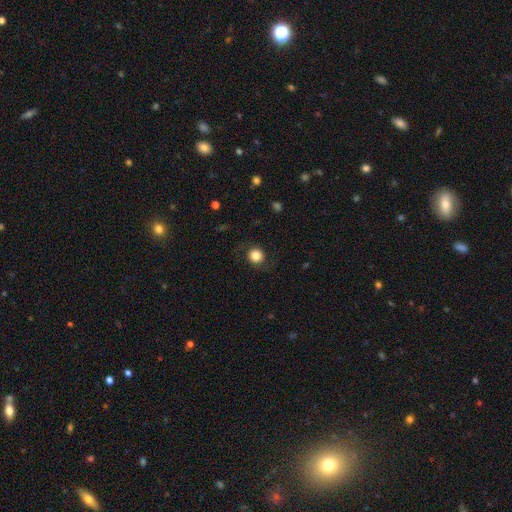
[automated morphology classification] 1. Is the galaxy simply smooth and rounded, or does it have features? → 81% smooth, 10% star or artifact, 9% featured or disk.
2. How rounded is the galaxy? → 92% round, 7% in between, 1% cigar-shaped.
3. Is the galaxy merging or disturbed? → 84% none, 10% minor disturbance, 5% major disturbance, 1% merger.